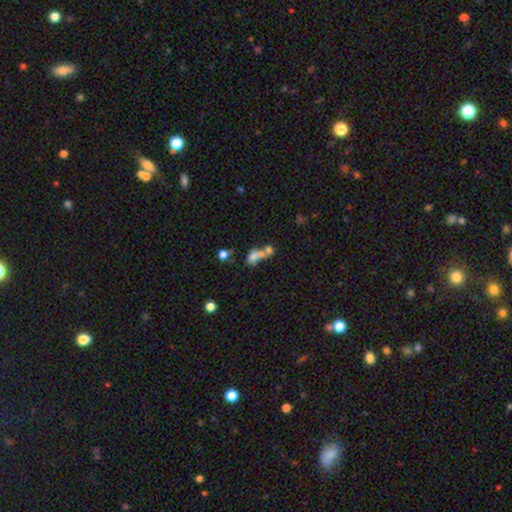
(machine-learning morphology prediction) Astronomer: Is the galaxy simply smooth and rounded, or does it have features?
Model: smooth — 62%.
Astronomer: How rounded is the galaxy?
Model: in between — 63%.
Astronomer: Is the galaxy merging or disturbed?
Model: merger — 61%.